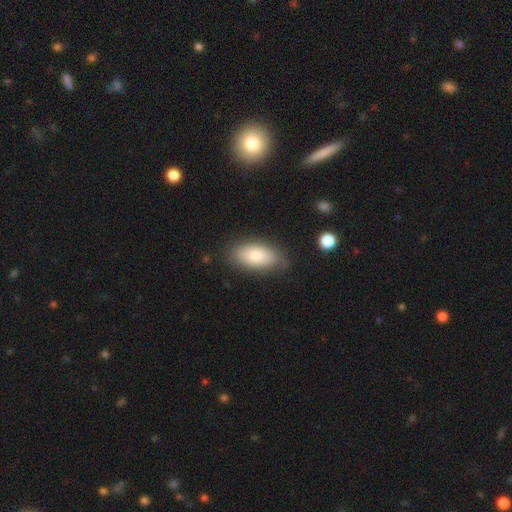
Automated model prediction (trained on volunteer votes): Smooth or featured? smooth (77%)
How rounded? in between (91%)
Merging? none (82%)